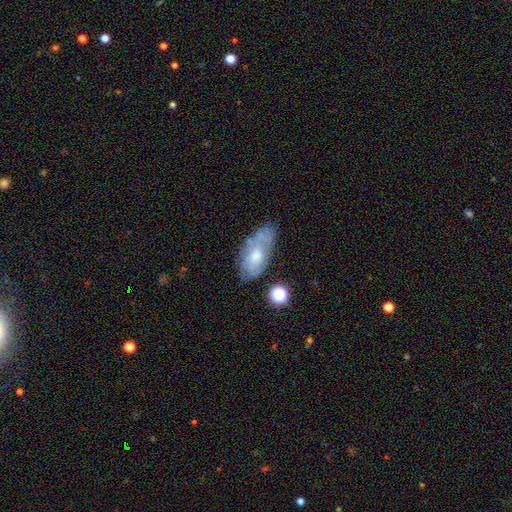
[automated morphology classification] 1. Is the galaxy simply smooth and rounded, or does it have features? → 47% featured or disk, 44% smooth, 9% star or artifact.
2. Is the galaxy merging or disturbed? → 56% none, 26% minor disturbance, 11% major disturbance, 7% merger.